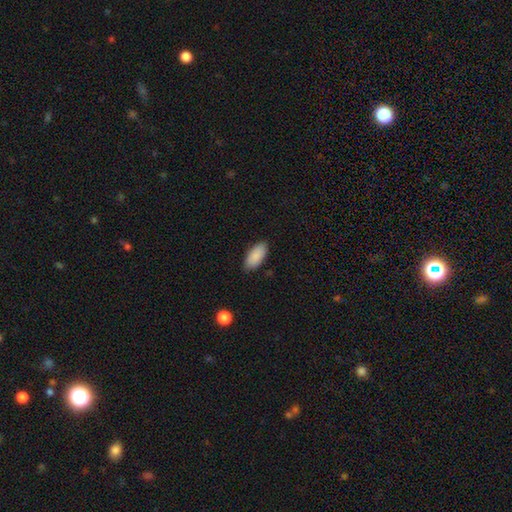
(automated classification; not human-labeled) Smooth or featured? smooth (90%)
How rounded? in between (91%)
Merging? none (86%)